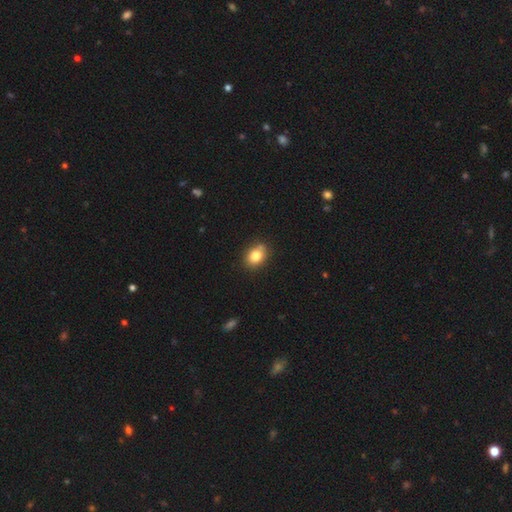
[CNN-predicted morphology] Smooth or featured? smooth (82%)
How rounded? in between (63%)
Merging? none (78%)